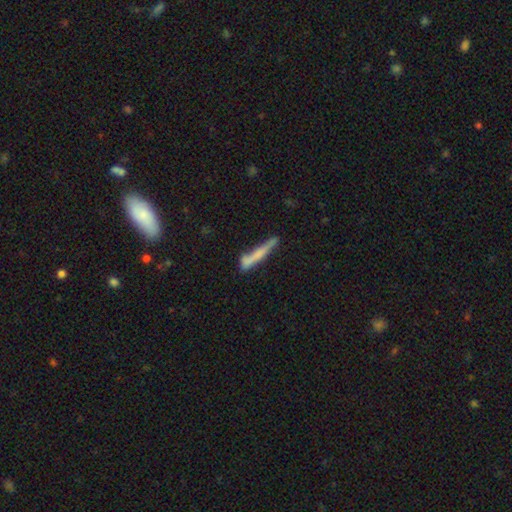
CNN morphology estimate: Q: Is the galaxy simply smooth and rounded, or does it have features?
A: smooth — 59%.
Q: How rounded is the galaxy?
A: cigar-shaped — 94%.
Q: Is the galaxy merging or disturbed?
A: none — 62%.